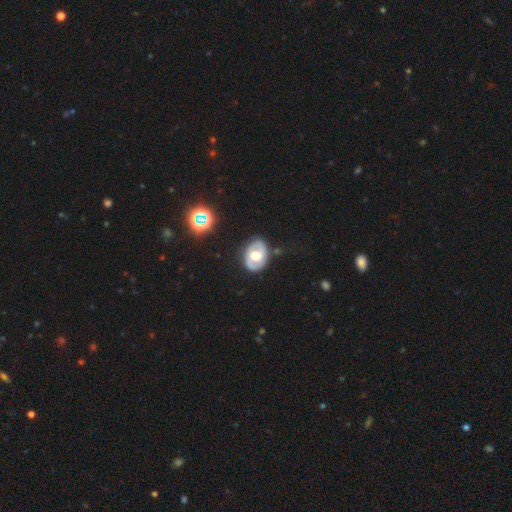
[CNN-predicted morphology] This appears to be a featured or disk galaxy (69%) with no bar (49%), spiral arms (68%) and a moderate central bulge (67%). Merging: none (79%).